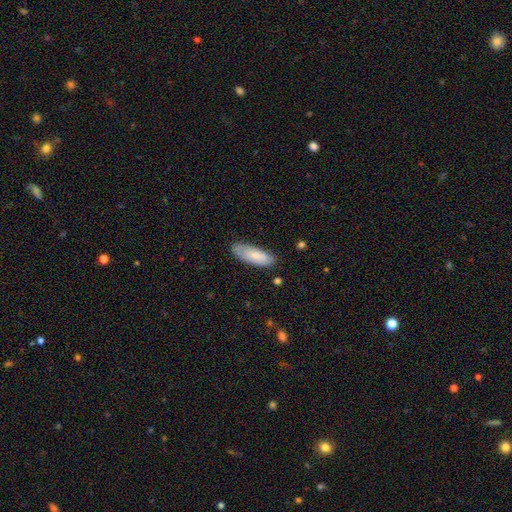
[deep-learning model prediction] Overall: smooth (74%). How rounded: in between (71%). Merging: none (74%).